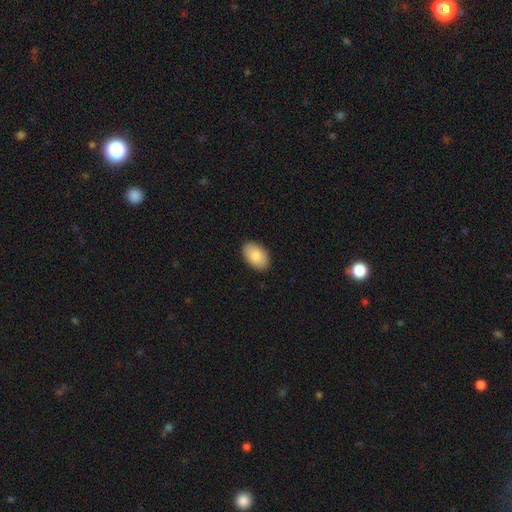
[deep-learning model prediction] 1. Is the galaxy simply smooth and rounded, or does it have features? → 85% smooth, 9% featured or disk, 6% star or artifact.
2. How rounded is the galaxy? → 92% in between, 7% round, 1% cigar-shaped.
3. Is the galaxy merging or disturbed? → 89% none, 9% minor disturbance, 2% major disturbance, 1% merger.